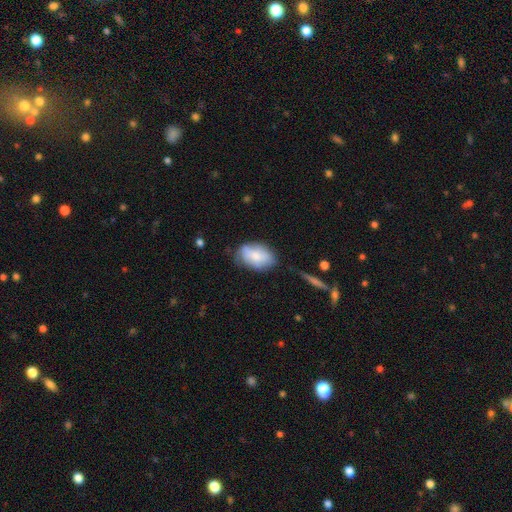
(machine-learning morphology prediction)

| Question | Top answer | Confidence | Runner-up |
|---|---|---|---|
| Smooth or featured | smooth | 71% | featured or disk (22%) |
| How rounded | in between | 87% | round (12%) |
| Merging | none | 59% | minor disturbance (29%) |